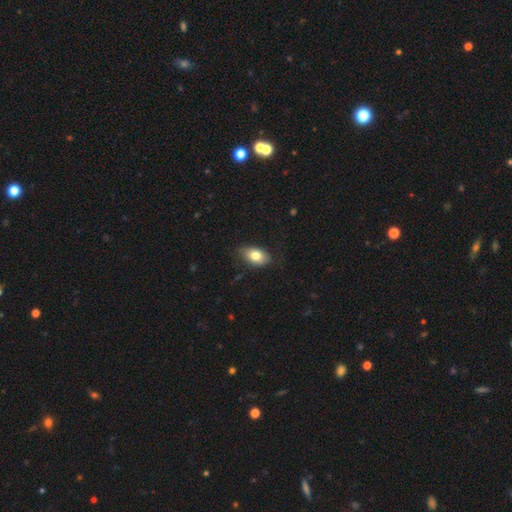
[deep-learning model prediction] Smooth or featured: smooth — 78% (featured or disk — 15%)
How rounded: in between — 88% (round — 10%)
Merging: none — 76% (minor disturbance — 19%)